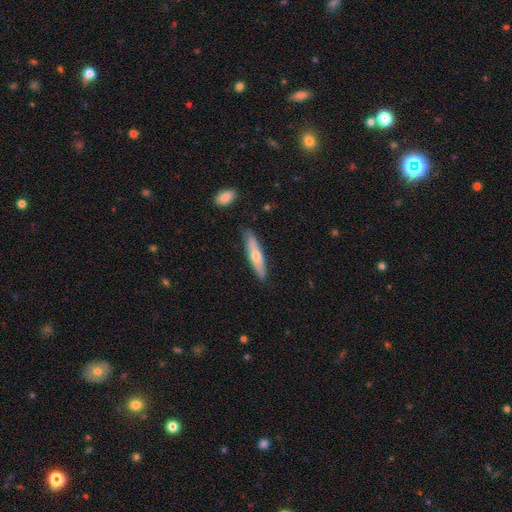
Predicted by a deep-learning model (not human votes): Smooth or featured: smooth — 53% (featured or disk — 41%)
How rounded: cigar-shaped — 81% (in between — 17%)
Merging: none — 84% (minor disturbance — 12%)